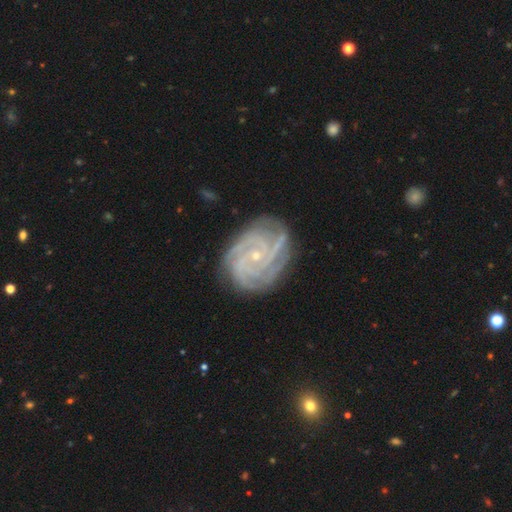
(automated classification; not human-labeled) featured or disk 89%, star or artifact 6%, smooth 5%. Down the decision tree: edge-on disk — no (98%); bar — no (69%); spiral arms — yes (99%); spiral arm count — 4 (34%); spiral winding — tight (76%); bulge size — small (80%); merging — none (81%).